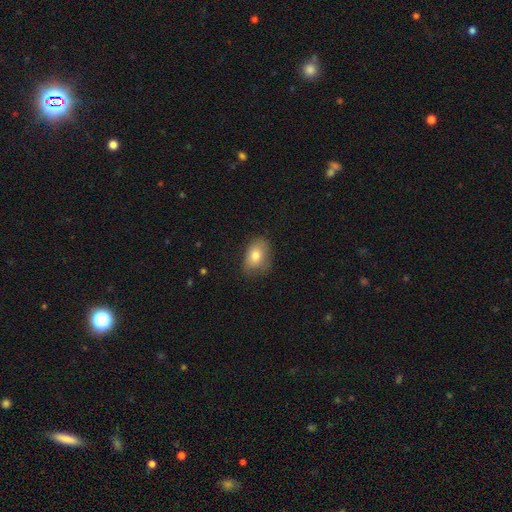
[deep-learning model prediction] This is likely a smooth galaxy (78%). How rounded: likely in between (80%). Merging: likely none (69%).